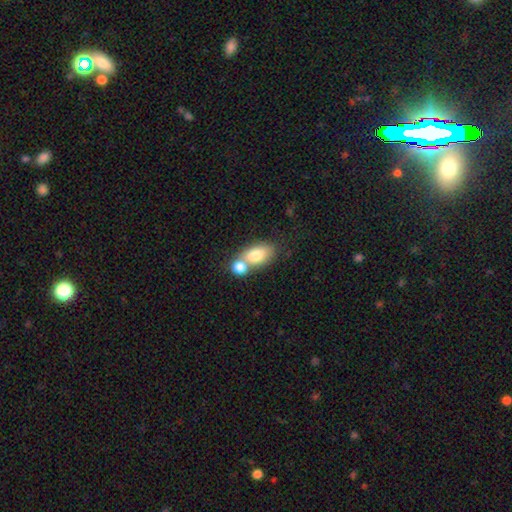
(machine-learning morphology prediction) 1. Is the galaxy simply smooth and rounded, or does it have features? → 75% smooth, 16% featured or disk, 8% star or artifact.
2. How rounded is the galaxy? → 83% in between, 13% round, 4% cigar-shaped.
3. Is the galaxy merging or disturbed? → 49% merger, 37% none, 10% minor disturbance, 4% major disturbance.